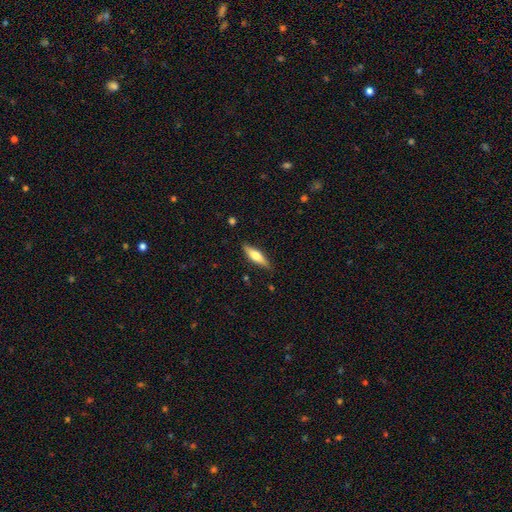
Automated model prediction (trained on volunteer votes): A smooth galaxy with no disk features (52%) that is cigar-shaped (64%).

Vote fractions:
- Smooth or featured? smooth: 52% / featured or disk: 42% / star or artifact: 6%
- How rounded? cigar-shaped: 64% / in between: 34% / round: 2%
- Merging? none: 85% / minor disturbance: 11% / major disturbance: 2% / merger: 1%